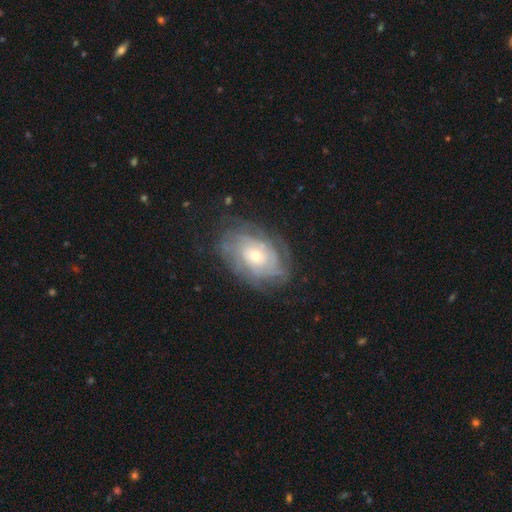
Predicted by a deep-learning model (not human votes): Smooth or featured? Predicted: featured or disk (p=0.80). Edge-on disk? Predicted: no (p=0.96). Bar? Predicted: no (p=0.77). Spiral arms? Predicted: yes (p=0.91). Spiral winding? Predicted: tight (p=0.75). Spiral arm count? Predicted: can't tell (p=0.51). Bulge size? Predicted: small (p=0.53). Merging? Predicted: none (p=0.74).